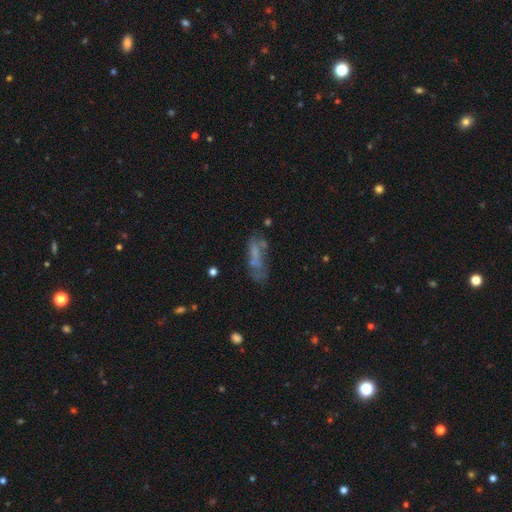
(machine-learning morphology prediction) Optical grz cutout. It shows a smooth galaxy with no disk features (45%). Merging: none (43%).